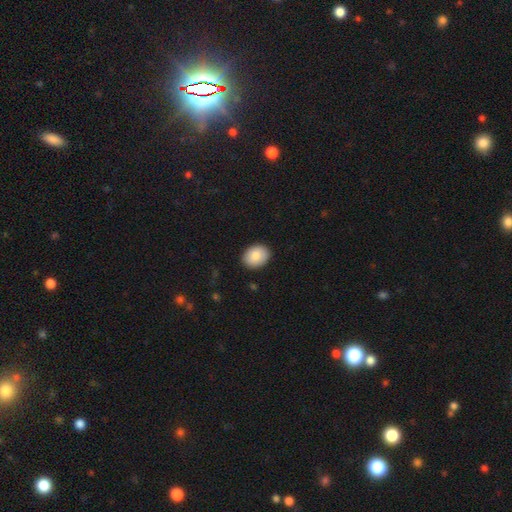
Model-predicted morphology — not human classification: Smooth or featured? Predicted: smooth (p=0.86). How rounded? Predicted: in between (p=0.59). Merging? Predicted: none (p=0.90).